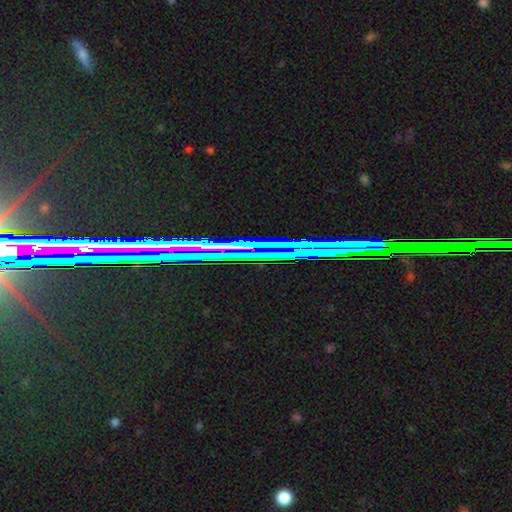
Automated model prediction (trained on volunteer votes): A star or artifact, not a galaxy (77%).

Vote fractions:
- Smooth or featured? star or artifact: 77% / featured or disk: 14% / smooth: 9%